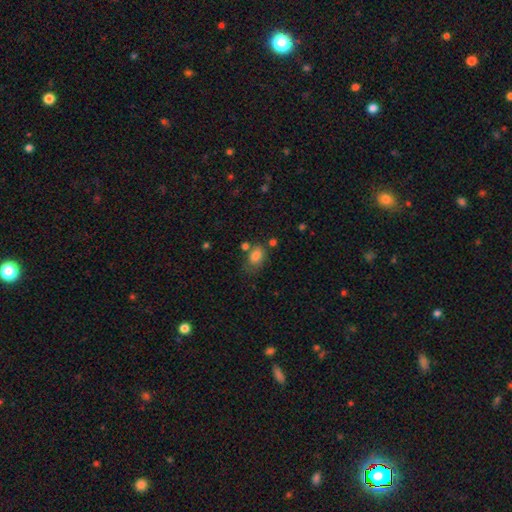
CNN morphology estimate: Smooth or featured: smooth — 81% (star or artifact — 10%)
How rounded: in between — 80% (round — 18%)
Merging: none — 54% (minor disturbance — 24%)